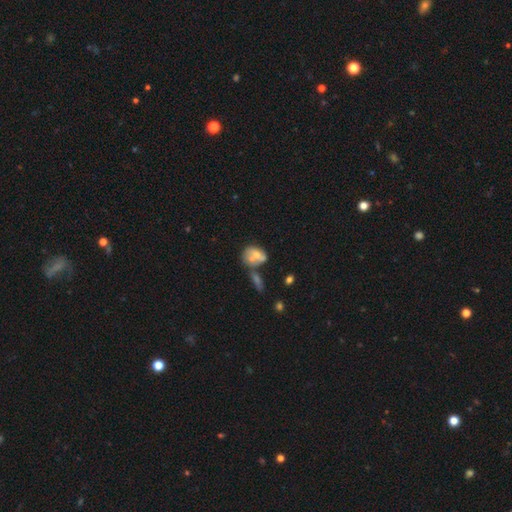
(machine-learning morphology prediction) This is possibly a smooth galaxy (57%). How rounded: likely in between (62%). Merging: marginally merger (44%).